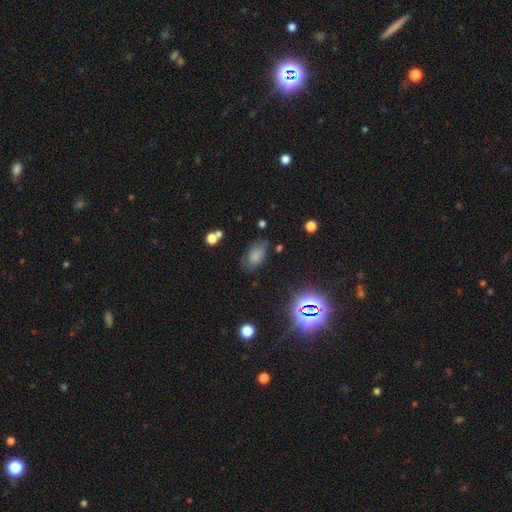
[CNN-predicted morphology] The model was most divided on "merging": none: 59%, minor disturbance: 28%, major disturbance: 10%, merger: 4%. More confident: how rounded — in between (89%); smooth or featured — smooth (65%).